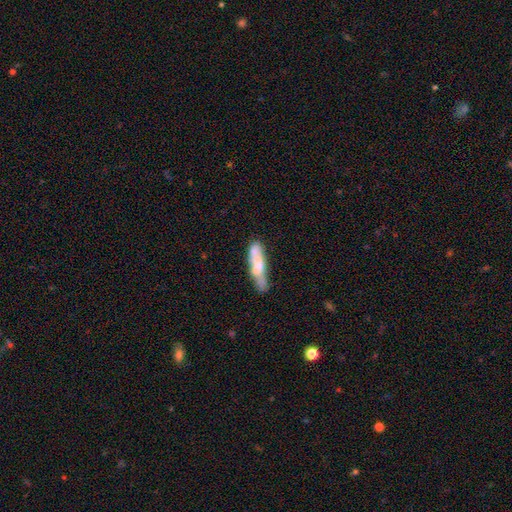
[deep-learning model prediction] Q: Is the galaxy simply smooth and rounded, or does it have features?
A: smooth — 55%.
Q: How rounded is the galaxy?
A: cigar-shaped — 67%.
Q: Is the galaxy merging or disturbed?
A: none — 45%.